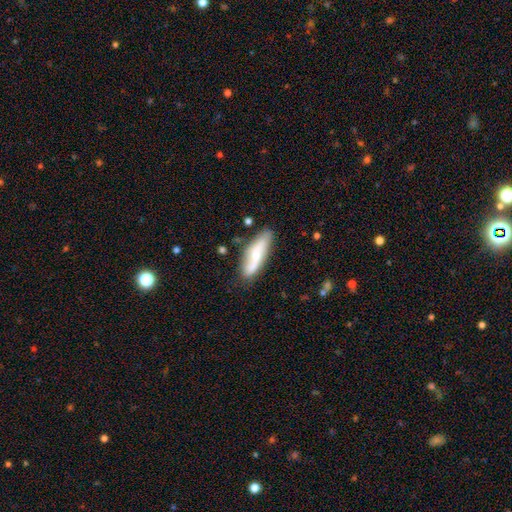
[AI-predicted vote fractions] The model was most divided on "smooth or featured": featured or disk: 50%, smooth: 44%, star or artifact: 6%. More confident: merging — none (76%).